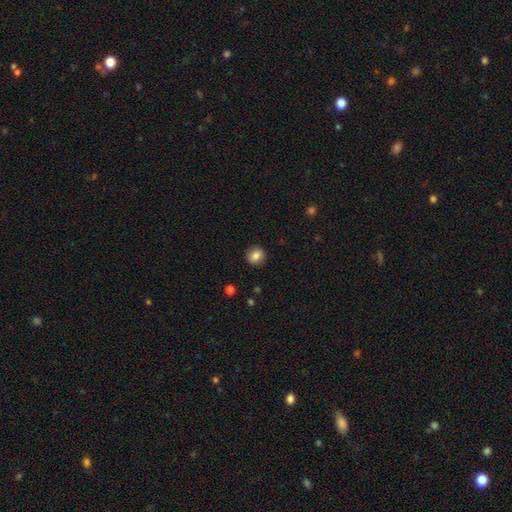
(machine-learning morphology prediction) This is clearly a smooth galaxy (83%). How rounded: clearly round (82%). Merging: clearly none (91%).